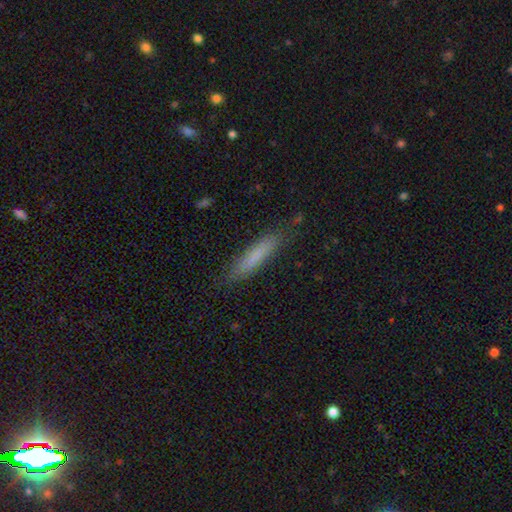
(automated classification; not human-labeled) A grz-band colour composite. It shows a smooth galaxy with no disk features (76%) that is cigar-shaped (90%). Merging: none (83%).